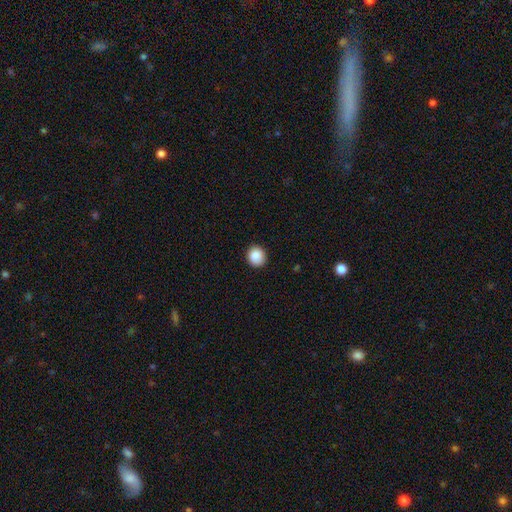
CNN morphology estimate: Smooth or featured: smooth — 88% (star or artifact — 9%)
How rounded: round — 83% (in between — 17%)
Merging: none — 90% (minor disturbance — 7%)